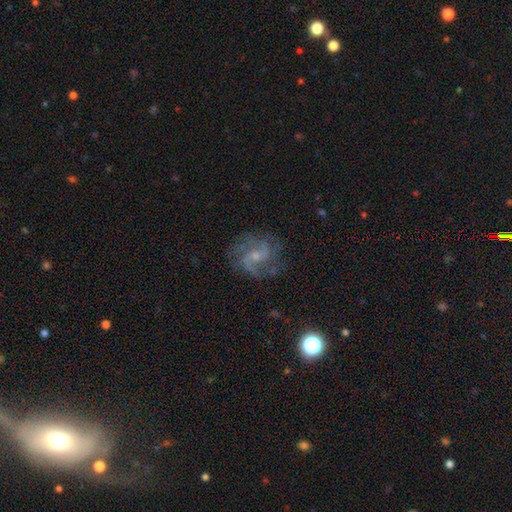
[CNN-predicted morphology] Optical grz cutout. It shows a featured or disk galaxy (84%) with a weak bar (46%), 2 (61%) medium (54%) spiral arms (96%) and a small central bulge (61%). Merging: none (73%).